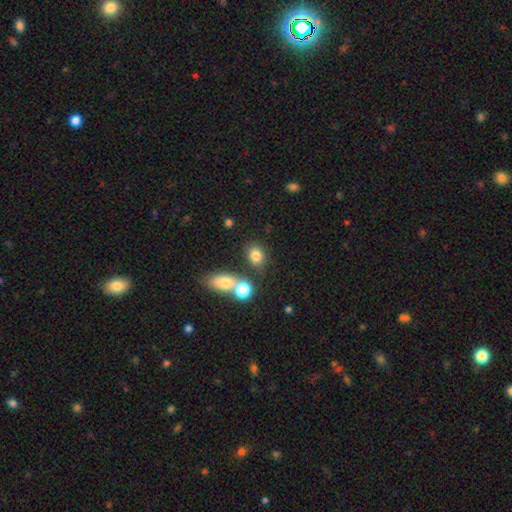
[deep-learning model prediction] Smooth or featured? smooth (80%)
How rounded? in between (50%)
Merging? none (60%)